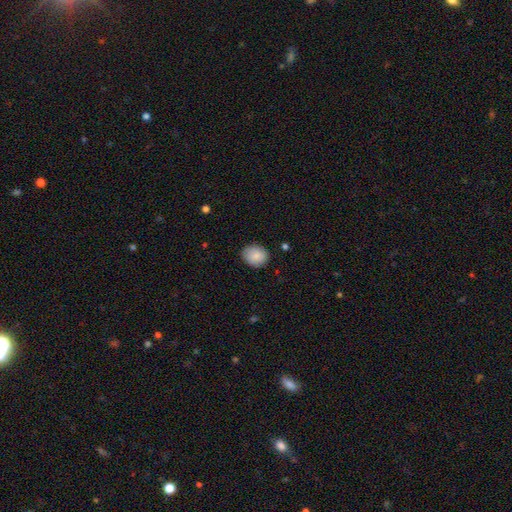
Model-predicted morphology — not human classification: Smooth or featured?
  - smooth: 88% *
  - star or artifact: 7%
  - featured or disk: 5%
How rounded?
  - round: 59% *
  - in between: 40%
  - cigar-shaped: 1%
Merging?
  - none: 84% *
  - minor disturbance: 13%
  - major disturbance: 2%
  - merger: 1%